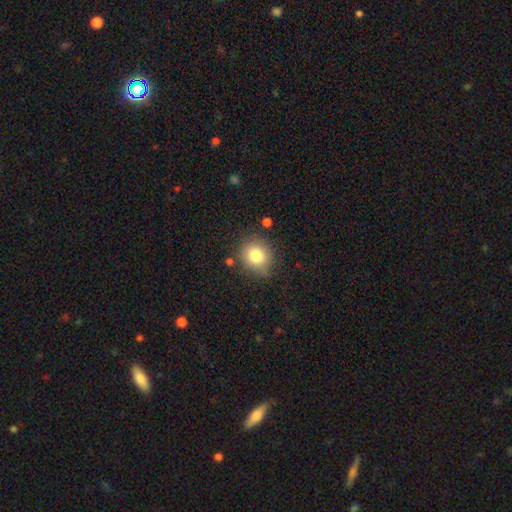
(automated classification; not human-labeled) This appears to be a smooth galaxy with no disk features (80%) that is round (80%). Merging: none (79%).